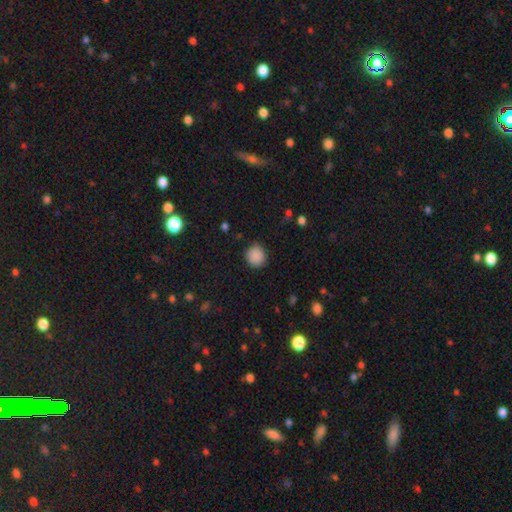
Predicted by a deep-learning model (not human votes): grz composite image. It shows a smooth galaxy with no disk features (89%) that is round (91%). Merging: none (89%).